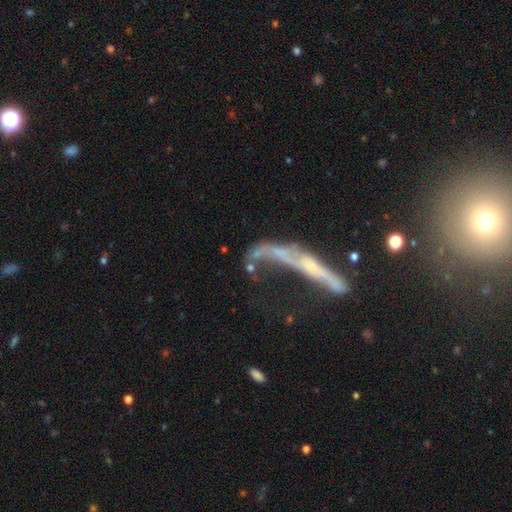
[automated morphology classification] This is likely a featured or disk galaxy (61%). It is possibly viewed edge-on (51%). Merging: marginally major disturbance (34%).